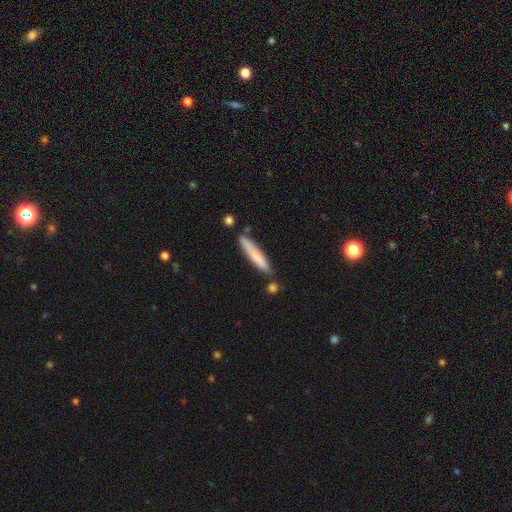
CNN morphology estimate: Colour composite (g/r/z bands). It shows a smooth galaxy with no disk features (76%) that is cigar-shaped (92%). Merging: none (75%).